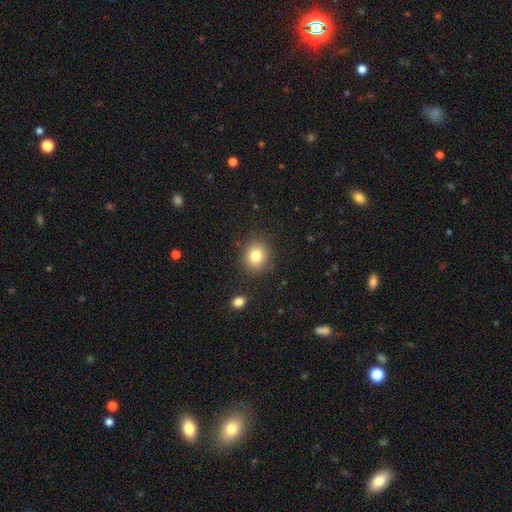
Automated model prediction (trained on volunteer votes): Smooth or featured? smooth (81%)
How rounded? round (76%)
Merging? none (87%)